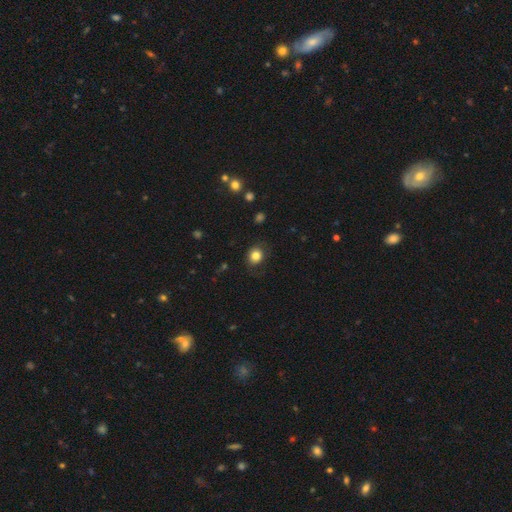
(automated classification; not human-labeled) This appears to be a smooth galaxy with no disk features (81%) that is round (68%). Merging: none (75%).